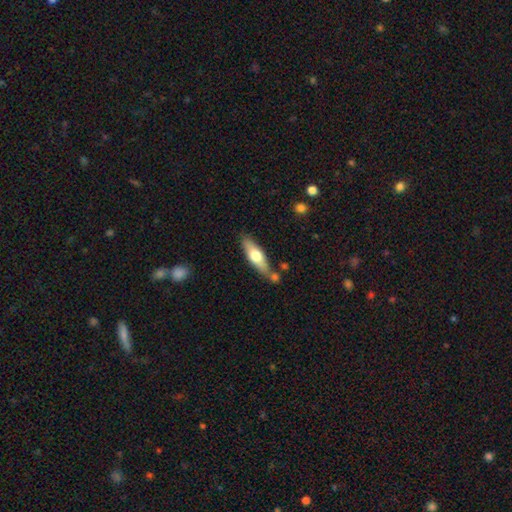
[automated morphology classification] A smooth galaxy with no disk features (55%) that is cigar-shaped (54%). Merging: none (69%).